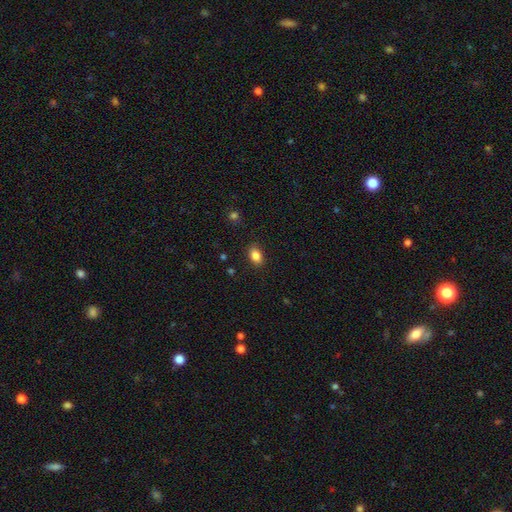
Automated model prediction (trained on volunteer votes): This is clearly a smooth galaxy (85%). How rounded: clearly in between (86%). Merging: clearly none (87%).